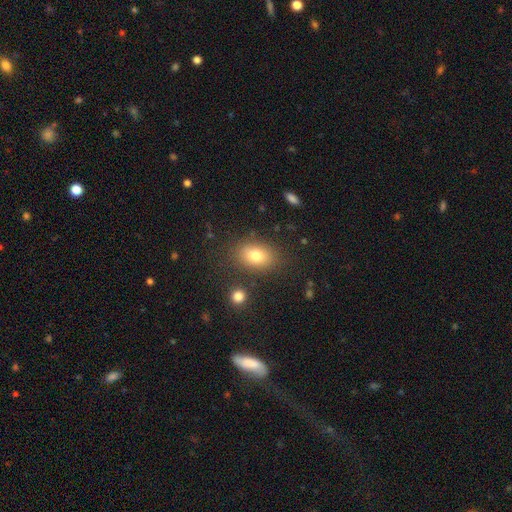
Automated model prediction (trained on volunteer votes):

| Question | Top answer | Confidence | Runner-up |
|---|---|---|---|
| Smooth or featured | smooth | 78% | featured or disk (12%) |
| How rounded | in between | 80% | round (19%) |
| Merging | none | 82% | minor disturbance (11%) |